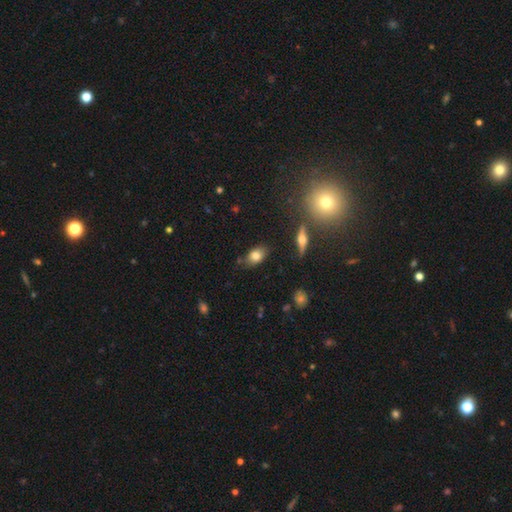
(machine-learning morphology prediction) smooth 78%, featured or disk 13%, star or artifact 9%. Down the decision tree: how rounded — in between (84%); merging — none (79%).